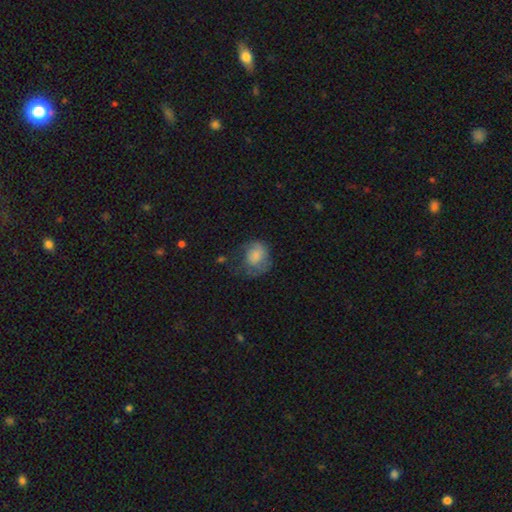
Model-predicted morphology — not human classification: Q: Smooth or featured?
A: smooth (66%); runner-up: featured or disk (26%)
Q: How rounded?
A: round (57%); runner-up: in between (42%)
Q: Merging?
A: none (38%); runner-up: major disturbance (31%)